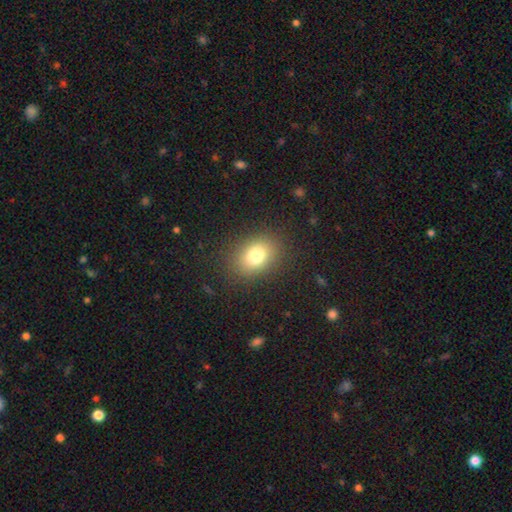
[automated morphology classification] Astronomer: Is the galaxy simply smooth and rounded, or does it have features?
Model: smooth — 78%.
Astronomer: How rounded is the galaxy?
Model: in between — 60% (runner-up: round, 39%).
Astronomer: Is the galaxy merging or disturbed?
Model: none — 86%.